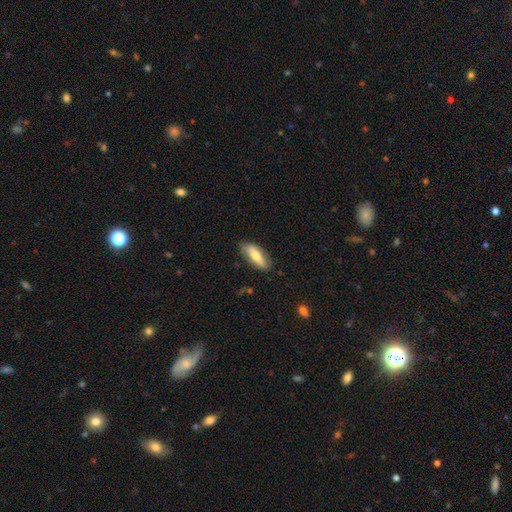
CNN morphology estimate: The model was most divided on "how rounded": in between: 59%, cigar-shaped: 39%, round: 3%. More confident: merging — none (81%); smooth or featured — smooth (62%).